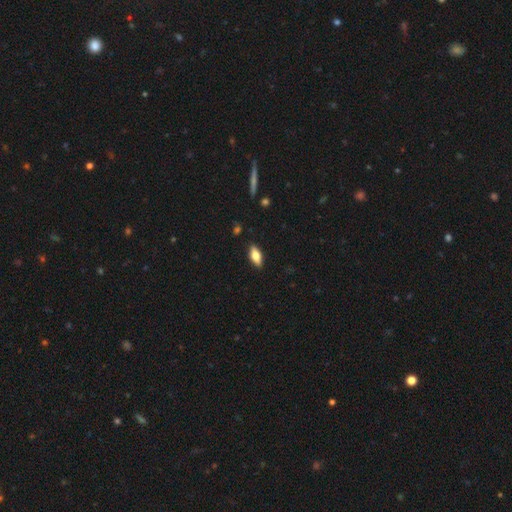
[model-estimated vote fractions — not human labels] Morphology: type=smooth (68%); roundness=in between (81%); merging=none (88%).